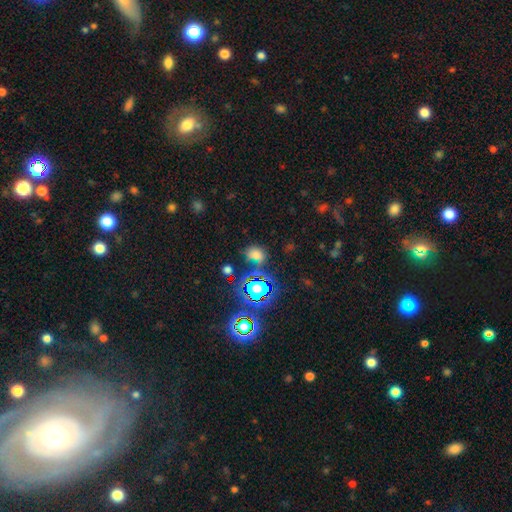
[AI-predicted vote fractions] A smooth galaxy with no disk features (55%) that is in between round and cigar-shaped (52%). Merging: none (62%).